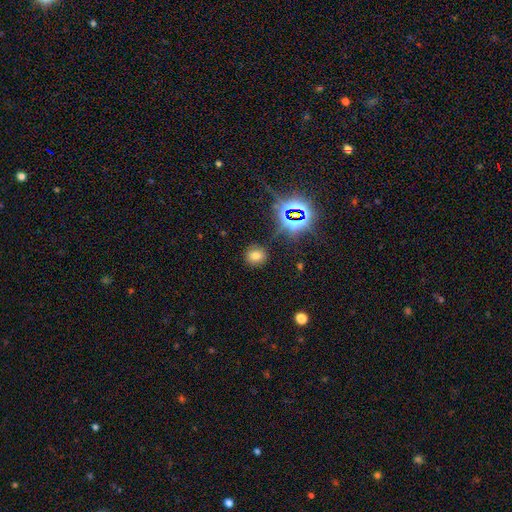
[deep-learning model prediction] A smooth galaxy with no disk features (65%) that is round (73%).

Vote fractions:
- Smooth or featured? smooth: 65% / star or artifact: 26% / featured or disk: 9%
- How rounded? round: 73% / in between: 25% / cigar-shaped: 1%
- Merging? none: 85% / minor disturbance: 9% / major disturbance: 3% / merger: 2%